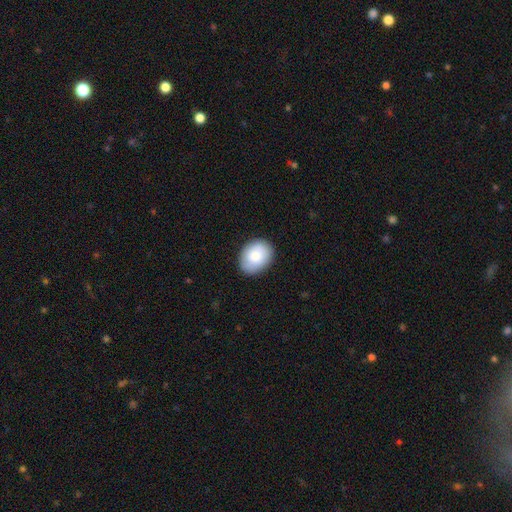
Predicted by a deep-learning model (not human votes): Smooth or featured: smooth — 81% (featured or disk — 13%)
How rounded: in between — 60% (round — 39%)
Merging: none — 86% (minor disturbance — 10%)